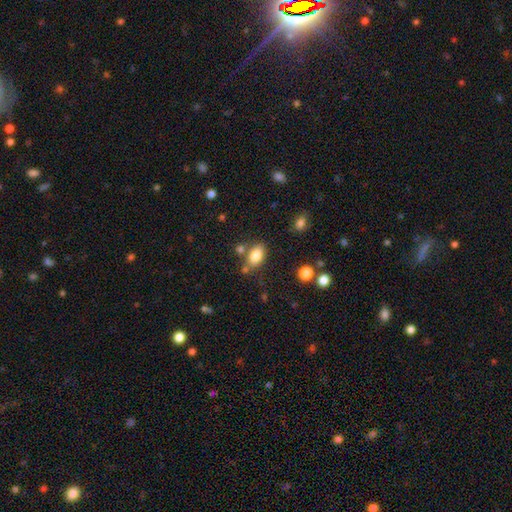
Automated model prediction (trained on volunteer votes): Smooth or featured? smooth (82%)
How rounded? in between (86%)
Merging? none (69%)